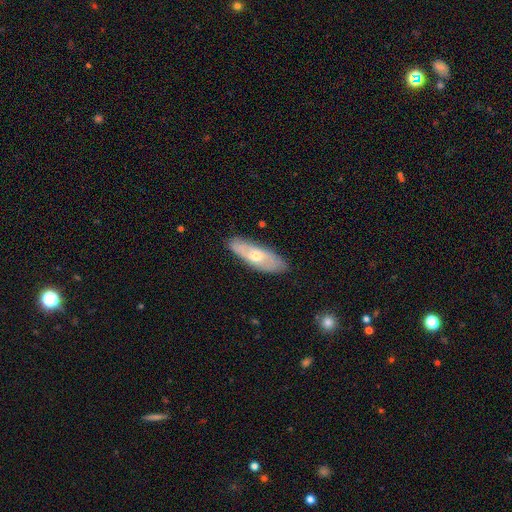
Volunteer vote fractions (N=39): smooth-or-featured: featured or disk: 51% | smooth: 38% | star or artifact: 10%
  disk-edge-on: no: 65% | yes: 35%
    bar: no: 92% | weak: 8% | strong: 0%
    has-spiral-arms: no: 69% | yes: 31%
    bulge-size: moderate: 54% | small: 38% | none: 8% | dominant: 0% | large: 0%
  merging: none: 83% | minor disturbance: 17% | major disturbance: 0% | merger: 0%